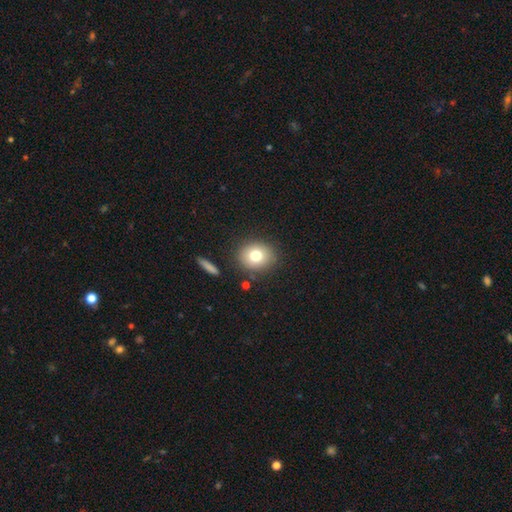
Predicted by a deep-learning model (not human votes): A smooth galaxy with no disk features (76%) that is round (69%). Merging: none (85%).